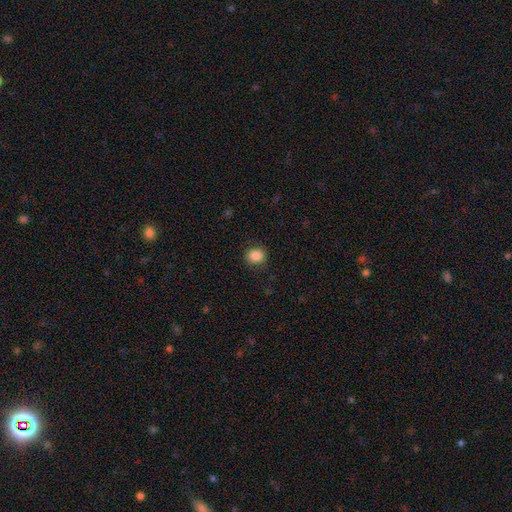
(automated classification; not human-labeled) smooth-or-featured: smooth: 87% | star or artifact: 10% | featured or disk: 3%
  how-rounded: round: 68% | in between: 31% | cigar-shaped: 1%
  merging: none: 87% | minor disturbance: 9% | major disturbance: 3% | merger: 1%